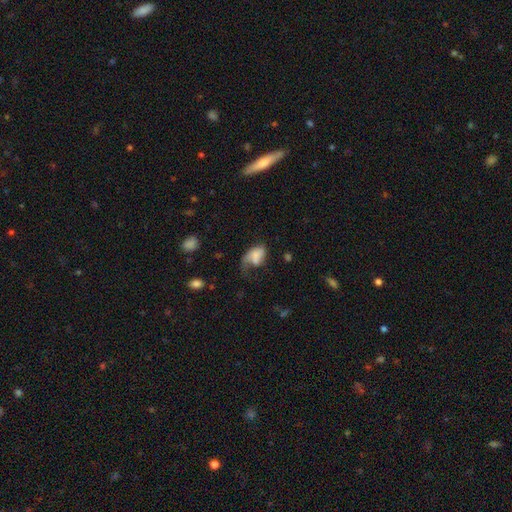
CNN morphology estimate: Smooth or featured?
  - smooth: 58% *
  - featured or disk: 34%
  - star or artifact: 9%
How rounded?
  - in between: 88% *
  - round: 10%
  - cigar-shaped: 2%
Merging?
  - major disturbance: 49% *
  - minor disturbance: 22%
  - none: 22%
  - merger: 7%